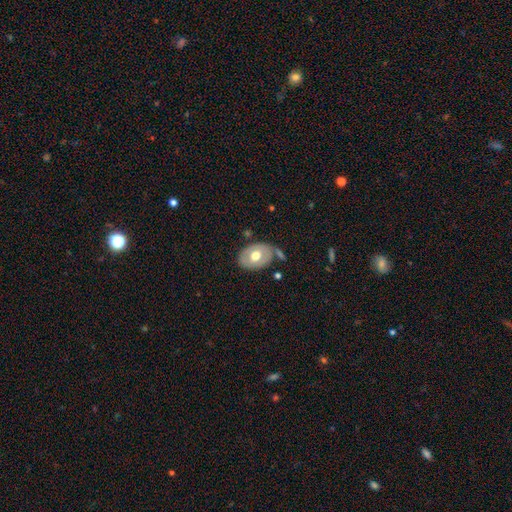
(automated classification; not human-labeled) Q: Smooth or featured?
A: smooth (57%); runner-up: featured or disk (37%)
Q: How rounded?
A: in between (80%); runner-up: round (19%)
Q: Merging?
A: none (64%); runner-up: minor disturbance (20%)